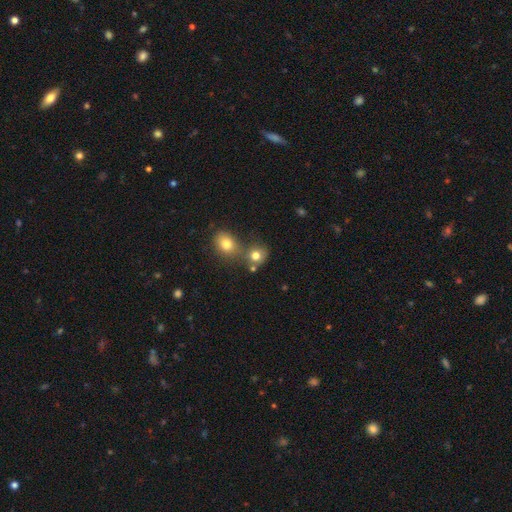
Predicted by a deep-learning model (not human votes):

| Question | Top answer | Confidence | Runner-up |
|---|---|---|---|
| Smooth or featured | smooth | 78% | star or artifact (13%) |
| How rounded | round | 76% | in between (23%) |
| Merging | none | 50% | merger (36%) |